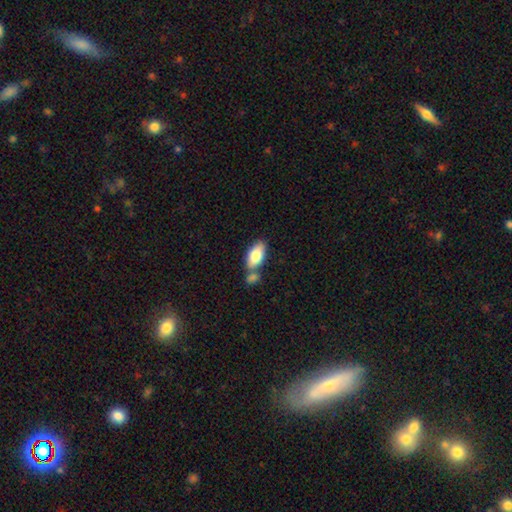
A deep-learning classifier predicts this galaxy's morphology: Overall: smooth (77%). How rounded: in between (91%). Merging: none (51%; merger 32%).